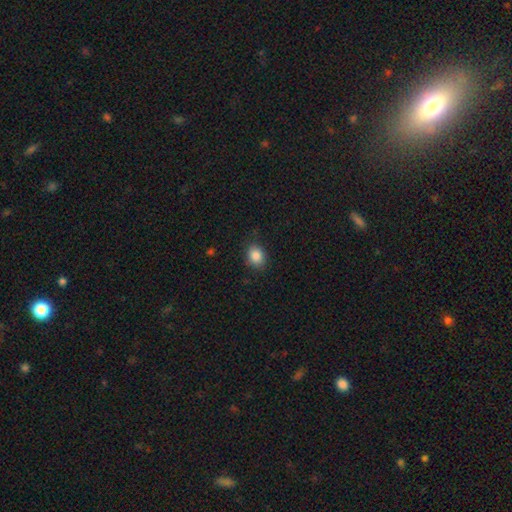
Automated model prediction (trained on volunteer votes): smooth 86%, star or artifact 9%, featured or disk 5%. Down the decision tree: how rounded — in between (51%); merging — none (84%).